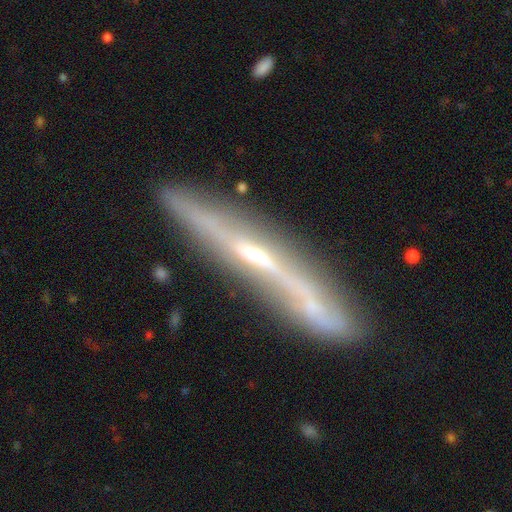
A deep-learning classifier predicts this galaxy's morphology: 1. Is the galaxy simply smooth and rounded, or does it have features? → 77% featured or disk, 15% smooth, 8% star or artifact.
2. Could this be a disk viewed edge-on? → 82% yes, 18% no.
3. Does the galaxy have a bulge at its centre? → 62% rounded, 33% none, 5% boxy.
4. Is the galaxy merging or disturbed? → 78% none, 16% minor disturbance, 4% major disturbance, 3% merger.